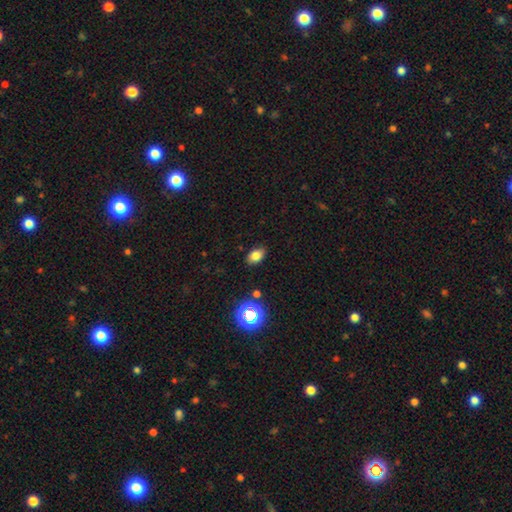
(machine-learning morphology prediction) Smooth or featured?
  - smooth: 78% *
  - star or artifact: 15%
  - featured or disk: 8%
How rounded?
  - in between: 83% *
  - round: 15%
  - cigar-shaped: 1%
Merging?
  - none: 86% *
  - minor disturbance: 10%
  - major disturbance: 3%
  - merger: 2%